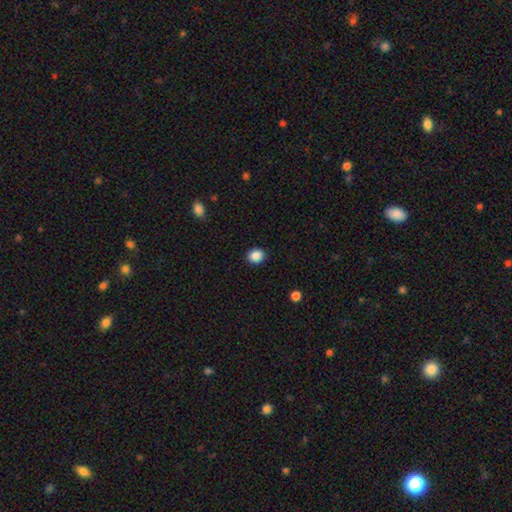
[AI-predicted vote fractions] Morphology: type=smooth (88%); roundness=round (70%); merging=none (91%).